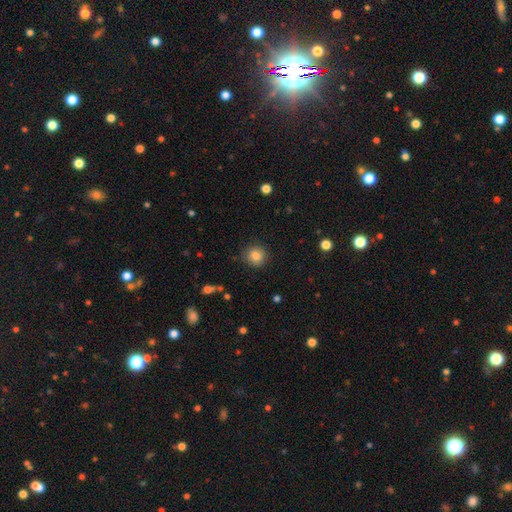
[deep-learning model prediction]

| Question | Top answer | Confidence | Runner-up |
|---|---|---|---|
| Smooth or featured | smooth | 84% | star or artifact (10%) |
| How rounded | round | 91% | in between (8%) |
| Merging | none | 88% | minor disturbance (8%) |